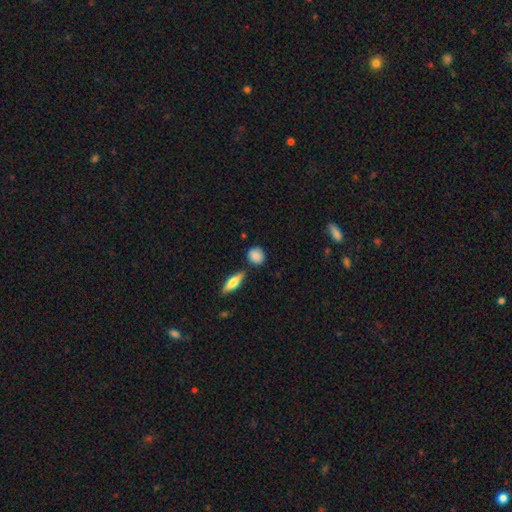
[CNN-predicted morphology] smooth-or-featured: smooth: 84% | featured or disk: 8% | star or artifact: 8%
  how-rounded: round: 74% | in between: 23% | cigar-shaped: 3%
  merging: none: 77% | minor disturbance: 15% | merger: 5% | major disturbance: 3%